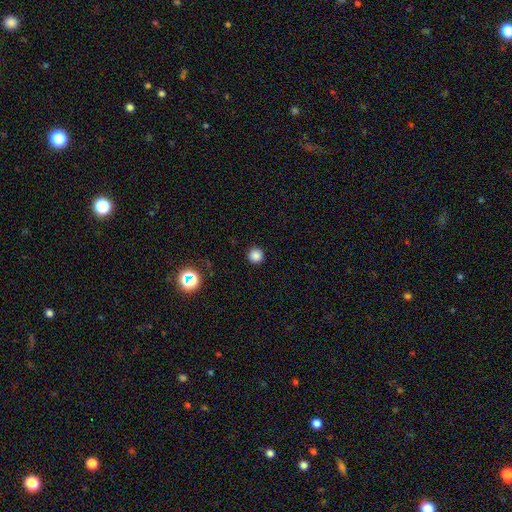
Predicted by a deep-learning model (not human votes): This appears to be a smooth galaxy with no disk features (84%) that is round (96%). Merging: none (93%).